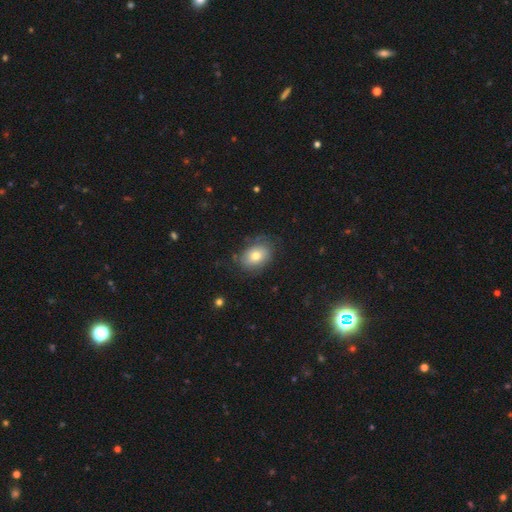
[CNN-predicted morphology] A smooth galaxy with no disk features (67%) that is in between round and cigar-shaped (72%). Merging: none (68%).